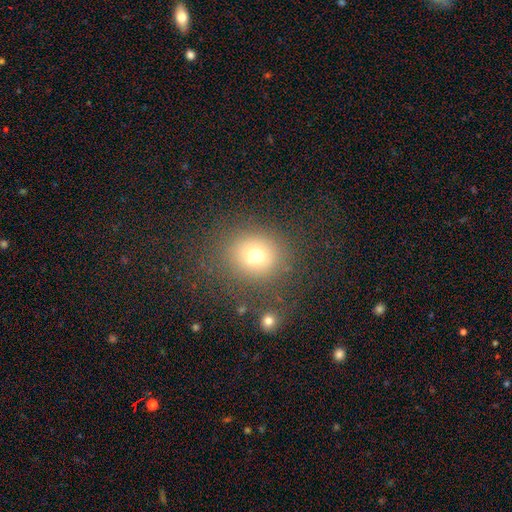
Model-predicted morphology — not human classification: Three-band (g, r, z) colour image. It shows a smooth galaxy with no disk features (69%) that is round (81%). Merging: none (69%).